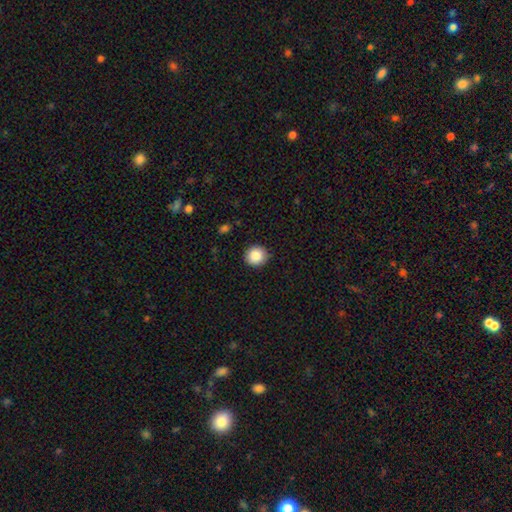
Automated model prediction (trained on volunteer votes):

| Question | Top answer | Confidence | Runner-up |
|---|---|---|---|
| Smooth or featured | smooth | 88% | star or artifact (8%) |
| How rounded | round | 89% | in between (10%) |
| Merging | none | 90% | minor disturbance (7%) |